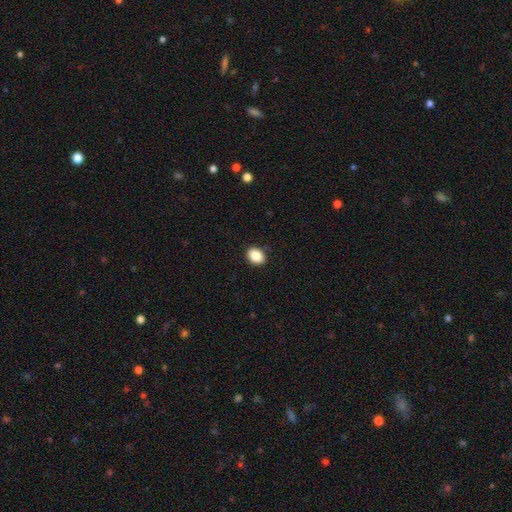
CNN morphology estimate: Q: Smooth or featured?
A: smooth (87%); runner-up: star or artifact (8%)
Q: How rounded?
A: in between (58%); runner-up: round (41%)
Q: Merging?
A: none (89%); runner-up: minor disturbance (8%)